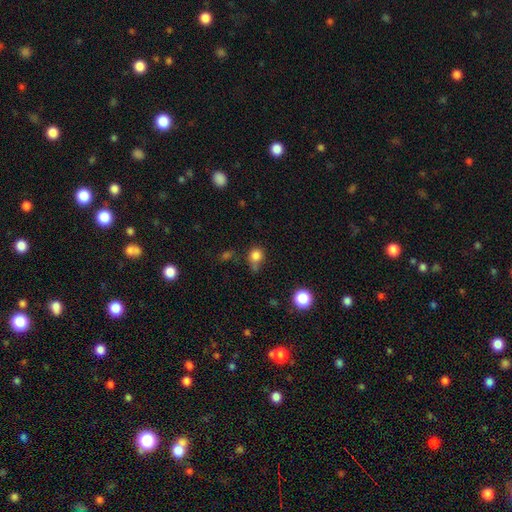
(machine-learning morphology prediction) type=smooth (81%); roundness=round (79%); merging=none (57%).